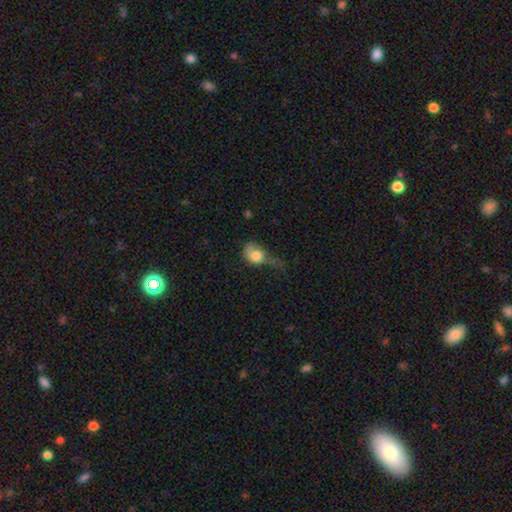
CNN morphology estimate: smooth 75%, featured or disk 16%, star or artifact 9%. Down the decision tree: how rounded — in between (54%); merging — major disturbance (45%).